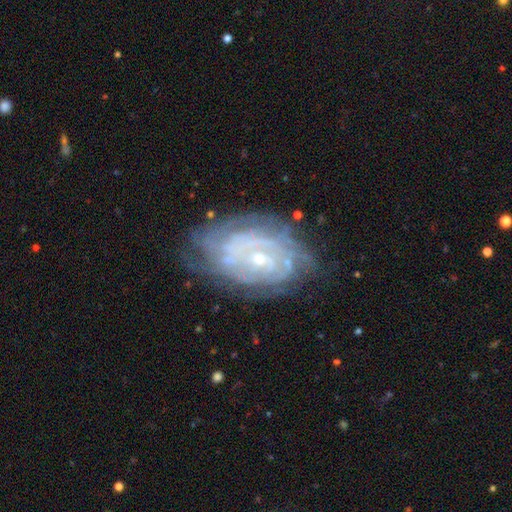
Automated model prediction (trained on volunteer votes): Morphology: type=featured or disk (81%); edge-on=no (95%); bar=no (64%); spiral arms=yes (88%); winding=tight (75%); arm count=can't tell (52%); bulge=small (70%); merging=none (67%).